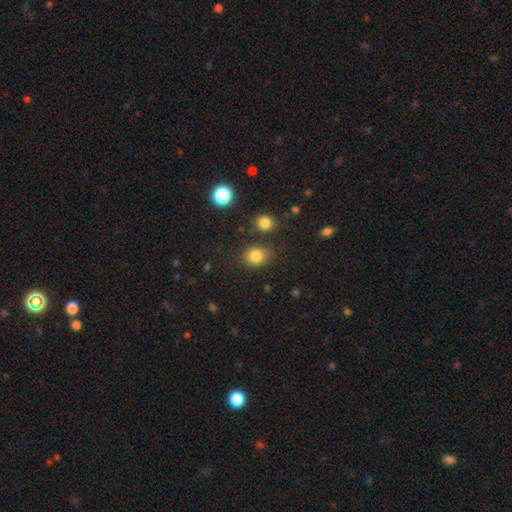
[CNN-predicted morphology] Smooth or featured? Predicted: smooth (p=0.82). How rounded? Predicted: round (p=0.63). Merging? Predicted: none (p=0.78).